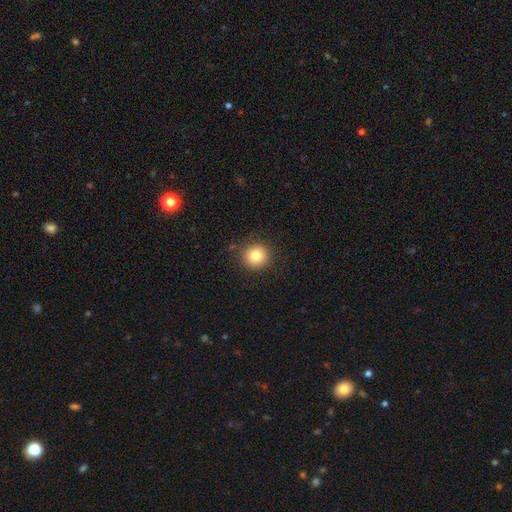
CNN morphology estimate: A smooth galaxy with no disk features (82%) that is round (92%).

Vote fractions:
- Smooth or featured? smooth: 82% / star or artifact: 11% / featured or disk: 7%
- How rounded? round: 92% / in between: 7% / cigar-shaped: 1%
- Merging? none: 89% / minor disturbance: 7% / major disturbance: 2% / merger: 1%